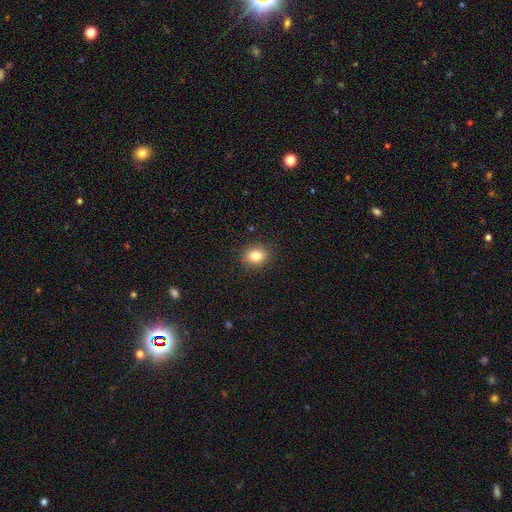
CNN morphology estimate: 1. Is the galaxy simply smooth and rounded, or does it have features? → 83% smooth, 10% star or artifact, 7% featured or disk.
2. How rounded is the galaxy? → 52% round, 47% in between, 1% cigar-shaped.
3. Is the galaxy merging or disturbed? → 88% none, 8% minor disturbance, 2% major disturbance, 1% merger.